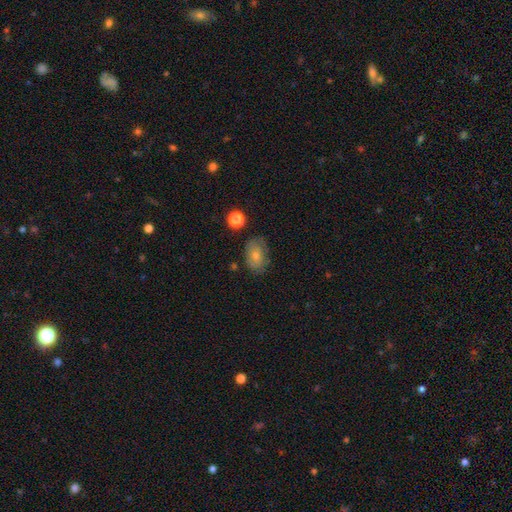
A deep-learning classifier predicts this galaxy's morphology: Overall: smooth (70%). How rounded: in between (81%). Merging: none (67%).